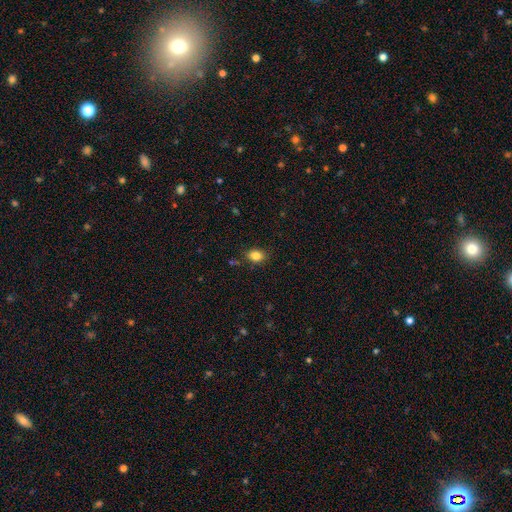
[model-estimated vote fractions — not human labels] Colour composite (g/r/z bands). It shows a smooth galaxy with no disk features (84%) that is in between round and cigar-shaped (66%). Merging: none (82%).